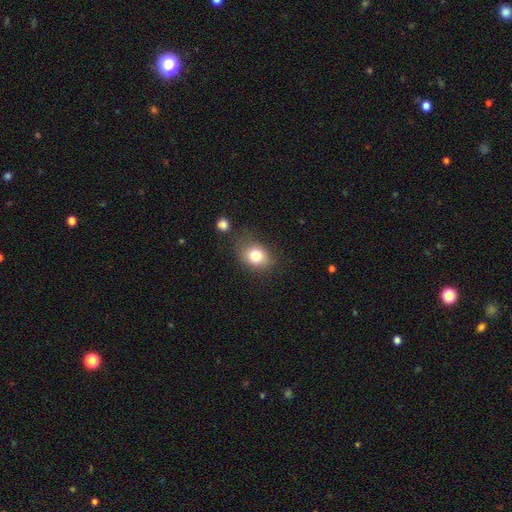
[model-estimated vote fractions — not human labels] The model was most divided on "how rounded": in between: 50%, round: 49%, cigar-shaped: 1%. More confident: smooth or featured — smooth (78%); merging — none (70%).